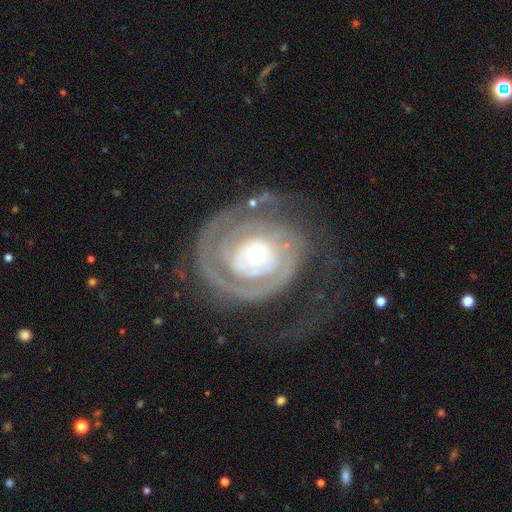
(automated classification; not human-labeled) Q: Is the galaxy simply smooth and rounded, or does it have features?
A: featured or disk — 87%.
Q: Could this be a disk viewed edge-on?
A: no — 97%.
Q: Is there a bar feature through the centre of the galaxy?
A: no — 81%.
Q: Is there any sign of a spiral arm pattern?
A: yes — 91%.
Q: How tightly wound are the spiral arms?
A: tight — 75%.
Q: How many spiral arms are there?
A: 1 — 32%.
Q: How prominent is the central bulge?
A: small — 65%.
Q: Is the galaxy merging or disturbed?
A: none — 52%.